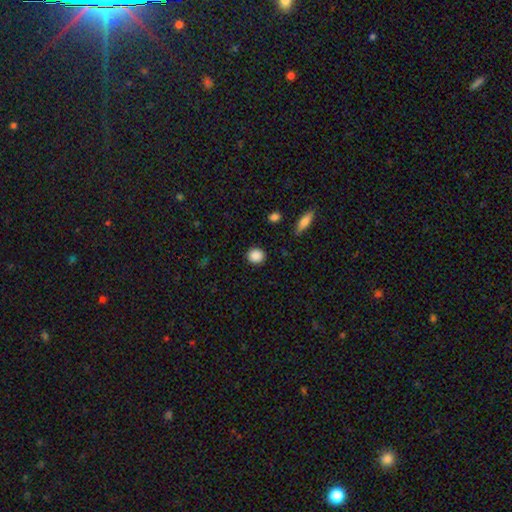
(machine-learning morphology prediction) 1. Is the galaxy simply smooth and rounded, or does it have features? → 88% smooth, 8% star or artifact, 3% featured or disk.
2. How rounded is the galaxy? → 81% round, 18% in between, 1% cigar-shaped.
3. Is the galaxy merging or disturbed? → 90% none, 6% minor disturbance, 2% major disturbance, 1% merger.